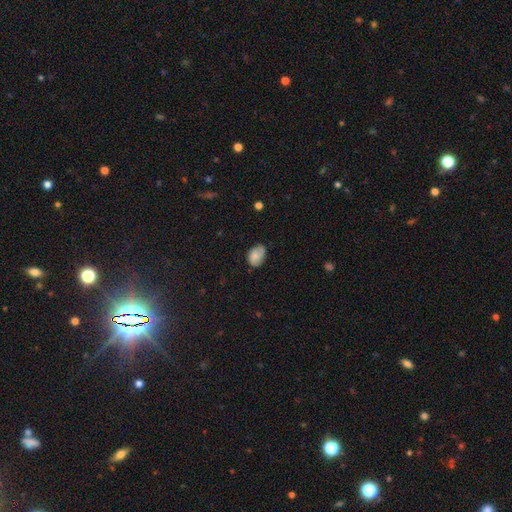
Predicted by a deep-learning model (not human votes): Smooth or featured? smooth (73%)
How rounded? in between (77%)
Merging? none (61%)